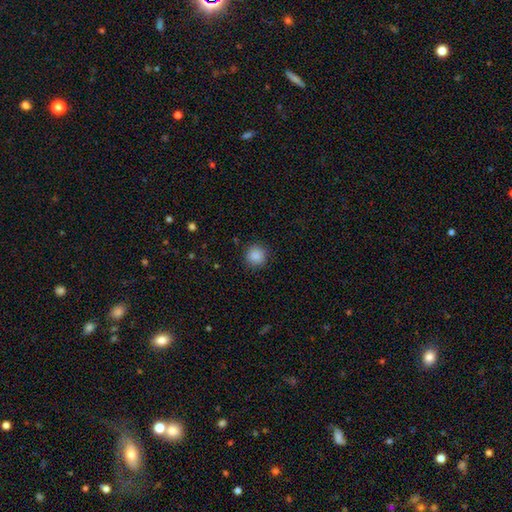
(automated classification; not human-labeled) smooth_or_featured: smooth (p=0.88) [alt: star or artifact p=0.09]
how_rounded: round (p=0.93) [alt: in between p=0.06]
merging: none (p=0.90) [alt: minor disturbance p=0.07]